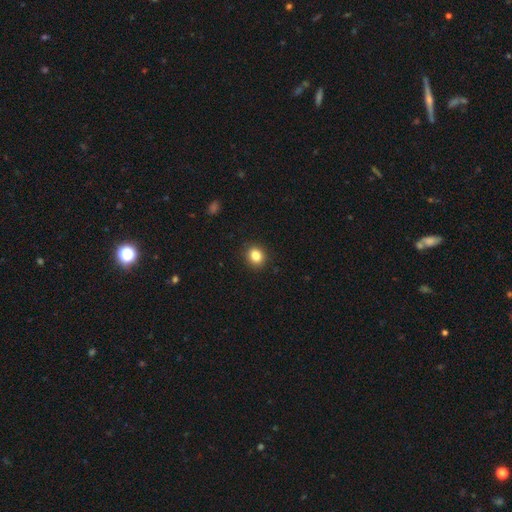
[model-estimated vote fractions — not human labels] Overall: smooth (84%). How rounded: round (68%; in between 31%). Merging: none (91%).